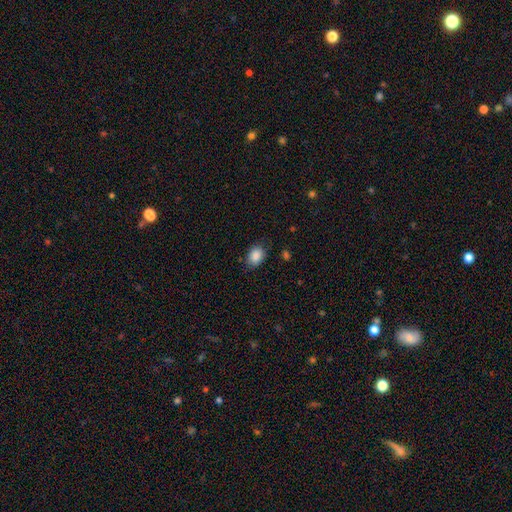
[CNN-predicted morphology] smooth-or-featured: smooth: 88% | star or artifact: 8% | featured or disk: 4%
  how-rounded: in between: 72% | round: 27% | cigar-shaped: 1%
  merging: none: 80% | minor disturbance: 15% | major disturbance: 3% | merger: 1%